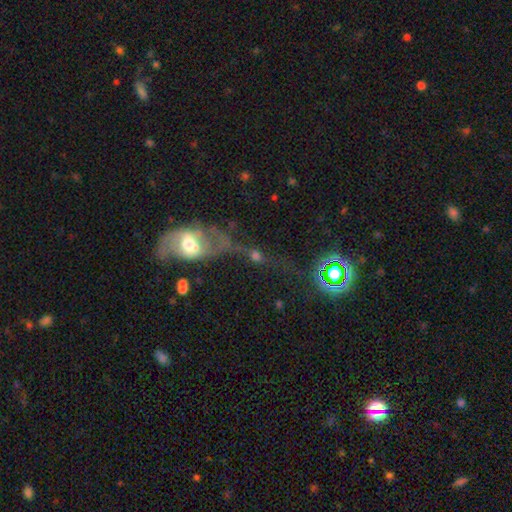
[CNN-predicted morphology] Smooth or featured? featured or disk (38%)
Merging? major disturbance (30%)